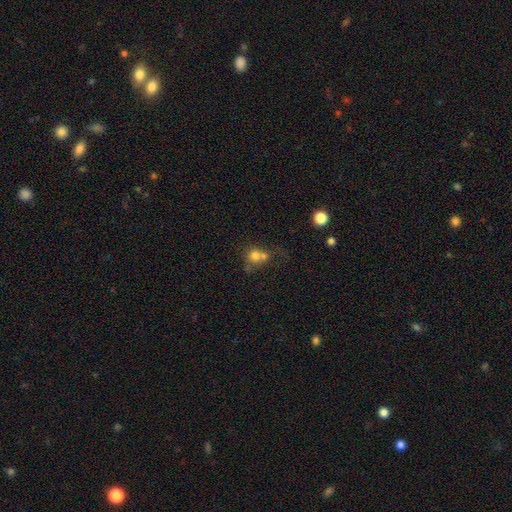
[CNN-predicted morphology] type=smooth (71%); roundness=round (78%); merging=merger (52%).